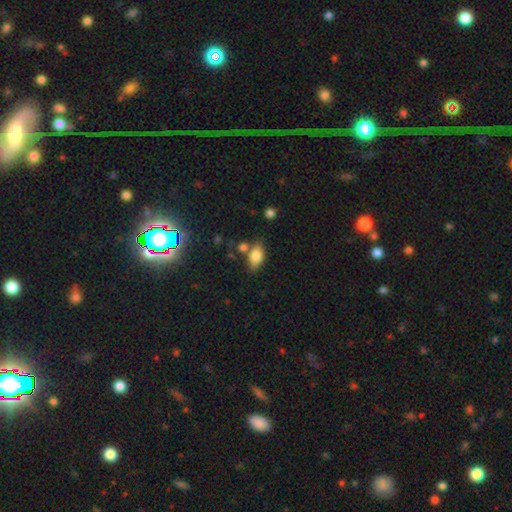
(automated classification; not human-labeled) The model was most divided on "merging": none: 68%, minor disturbance: 16%, merger: 12%, major disturbance: 4%. More confident: how rounded — in between (89%); smooth or featured — smooth (82%).